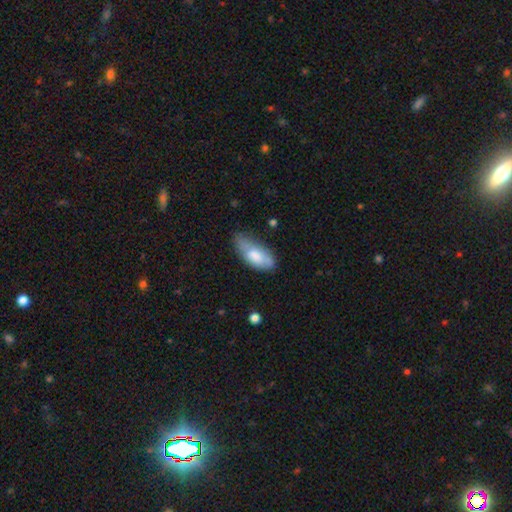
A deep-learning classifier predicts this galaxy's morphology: smooth_or_featured: smooth (p=0.70) [alt: featured or disk p=0.24]
how_rounded: in between (p=0.83) [alt: cigar-shaped p=0.14]
merging: none (p=0.49) [alt: minor disturbance p=0.35]